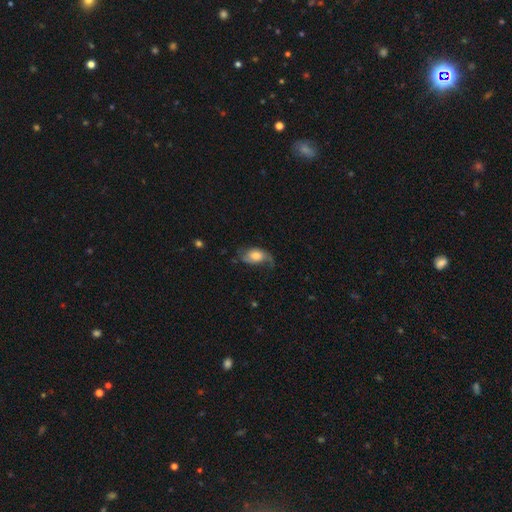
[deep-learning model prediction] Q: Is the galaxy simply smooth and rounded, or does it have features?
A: smooth — 51%.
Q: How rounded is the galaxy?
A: in between — 86%.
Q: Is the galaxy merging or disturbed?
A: none — 42%.